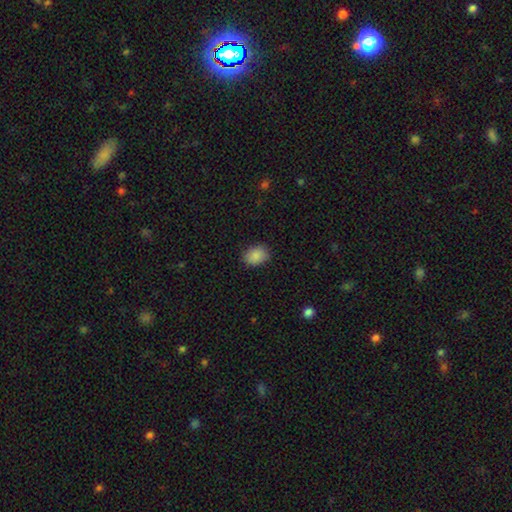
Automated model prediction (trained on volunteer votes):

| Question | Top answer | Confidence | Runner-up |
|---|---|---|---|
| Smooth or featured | smooth | 88% | star or artifact (8%) |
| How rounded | in between | 64% | round (35%) |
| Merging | none | 84% | minor disturbance (12%) |